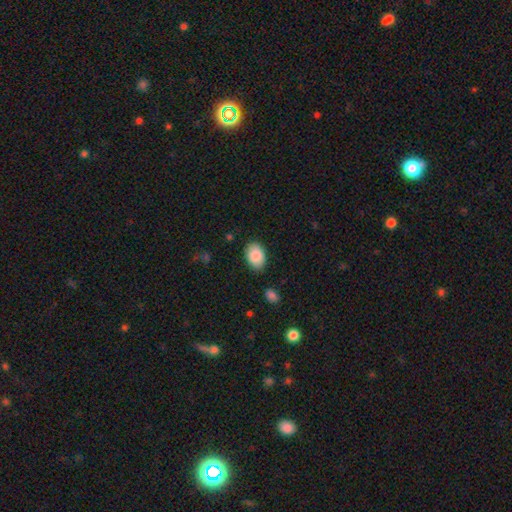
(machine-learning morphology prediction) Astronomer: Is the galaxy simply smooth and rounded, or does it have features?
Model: smooth — 88%.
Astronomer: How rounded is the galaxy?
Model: in between — 86%.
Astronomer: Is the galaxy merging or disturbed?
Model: none — 83%.